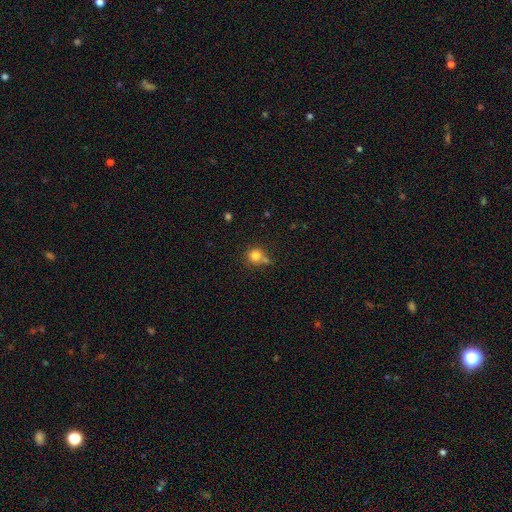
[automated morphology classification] Smooth or featured?
  - smooth: 80% *
  - star or artifact: 12%
  - featured or disk: 8%
How rounded?
  - round: 90% *
  - in between: 9%
  - cigar-shaped: 1%
Merging?
  - none: 59% *
  - merger: 23%
  - minor disturbance: 13%
  - major disturbance: 5%